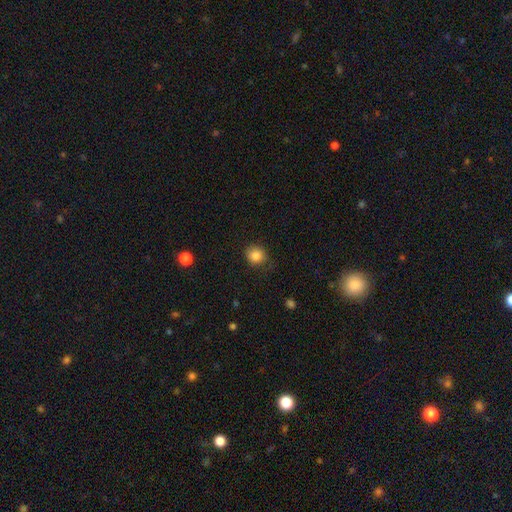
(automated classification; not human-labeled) Smooth or featured? Predicted: smooth (p=0.84). How rounded? Predicted: round (p=0.78). Merging? Predicted: none (p=0.78).